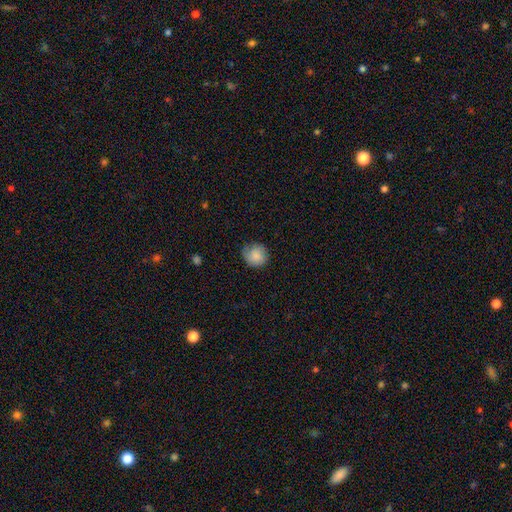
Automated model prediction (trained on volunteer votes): A smooth galaxy with no disk features (85%) that is round (87%). Merging: none (74%).